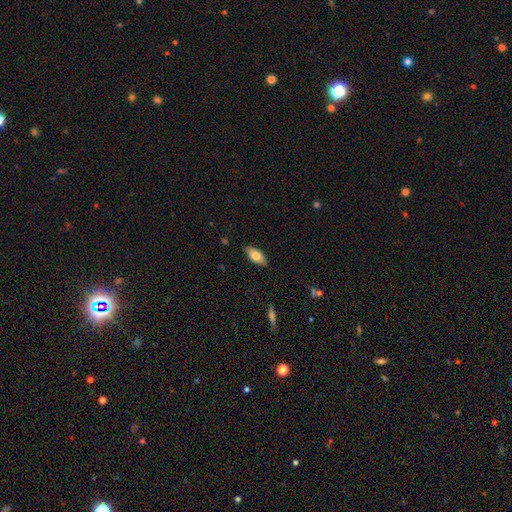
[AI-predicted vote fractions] A smooth galaxy with no disk features (77%) that is in between round and cigar-shaped (88%). Merging: none (88%).